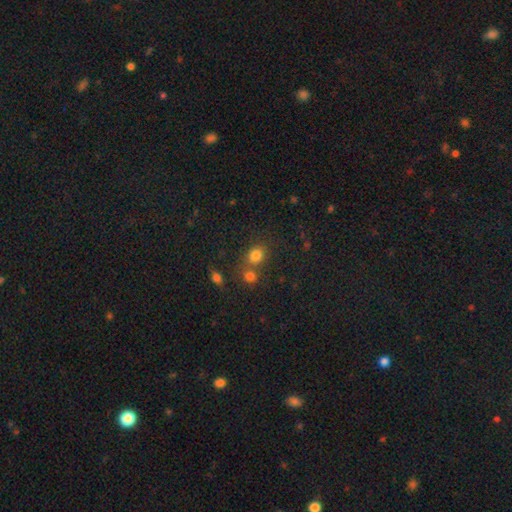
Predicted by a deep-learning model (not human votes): A smooth galaxy with no disk features (79%) that is round (69%). Merging: none (57%).